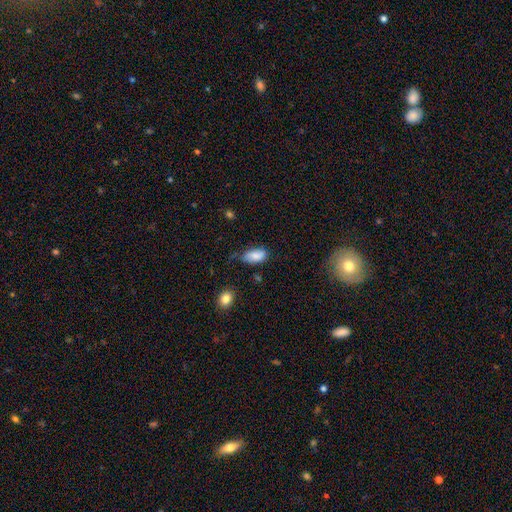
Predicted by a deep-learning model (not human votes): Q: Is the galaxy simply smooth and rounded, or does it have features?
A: smooth — 82%.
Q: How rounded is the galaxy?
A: in between — 92%.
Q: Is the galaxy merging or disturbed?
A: none — 49%.